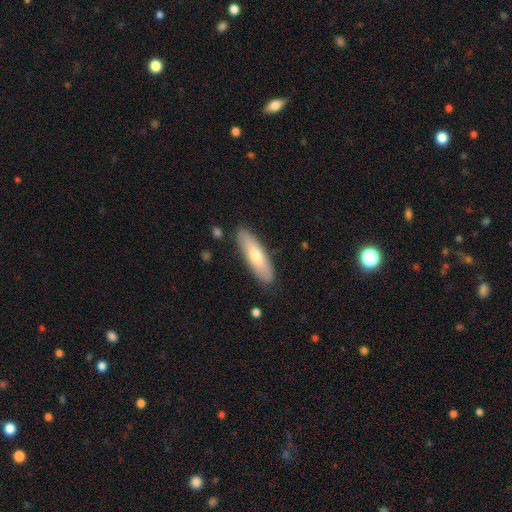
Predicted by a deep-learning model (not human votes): This appears to be a smooth galaxy with no disk features (67%) that is cigar-shaped (53%). Merging: none (86%).